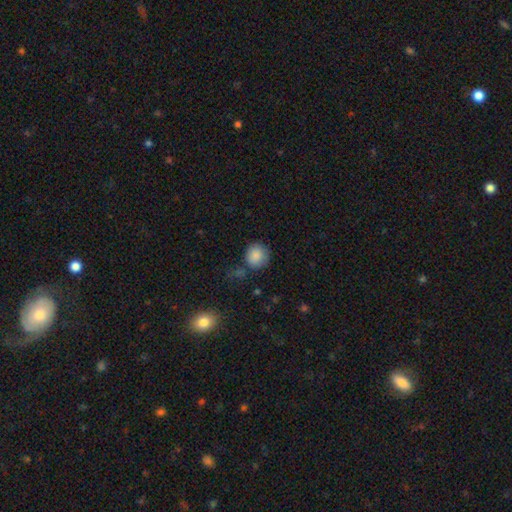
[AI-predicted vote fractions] Smooth or featured? Predicted: smooth (p=0.87). How rounded? Predicted: round (p=0.86). Merging? Predicted: none (p=0.75).